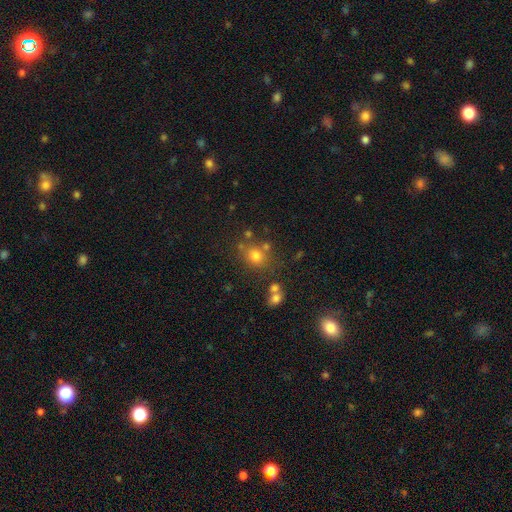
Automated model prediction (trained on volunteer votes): Morphology: type=smooth (72%); roundness=round (72%); merging=none (68%).